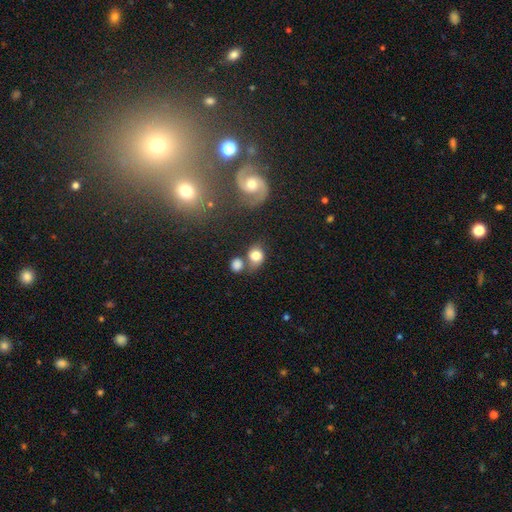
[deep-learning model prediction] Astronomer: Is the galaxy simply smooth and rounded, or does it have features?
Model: smooth — 75%.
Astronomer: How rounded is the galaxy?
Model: round — 57% (runner-up: in between, 41%).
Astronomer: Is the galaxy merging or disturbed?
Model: none — 46% (runner-up: merger, 31%).